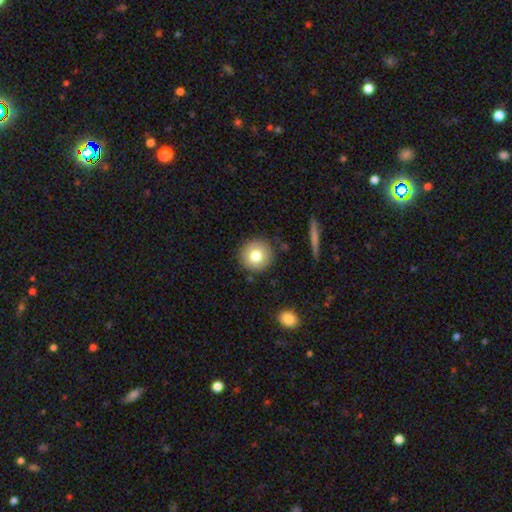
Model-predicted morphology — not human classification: Smooth or featured? Predicted: smooth (p=0.78). How rounded? Predicted: round (p=0.94). Merging? Predicted: none (p=0.89).